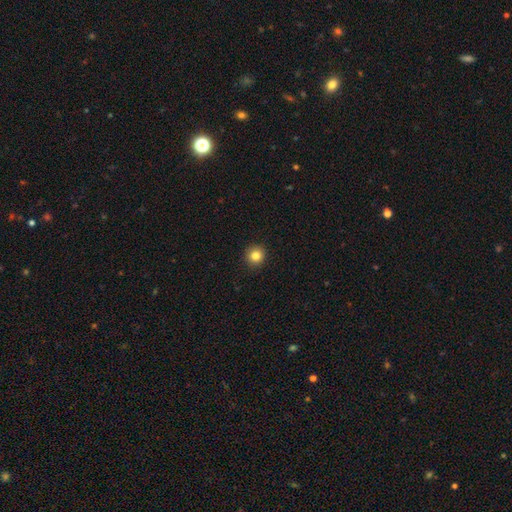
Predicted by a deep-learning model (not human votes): smooth 83%, star or artifact 11%, featured or disk 6%. Down the decision tree: how rounded — round (94%); merging — none (93%).